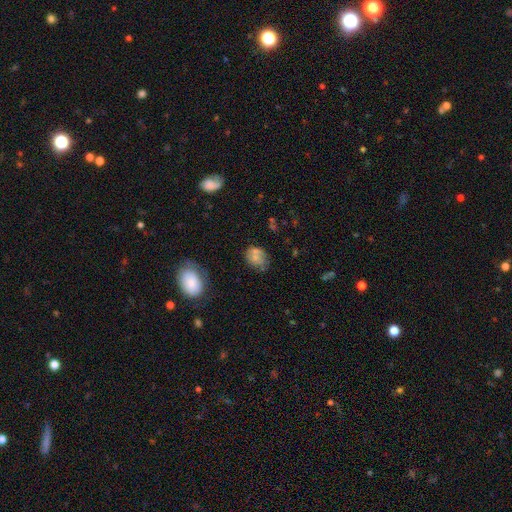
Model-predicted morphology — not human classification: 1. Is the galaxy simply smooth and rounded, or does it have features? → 65% smooth, 22% featured or disk, 13% star or artifact.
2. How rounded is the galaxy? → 58% in between, 40% round, 1% cigar-shaped.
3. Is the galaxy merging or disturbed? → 50% none, 24% minor disturbance, 15% merger, 10% major disturbance.